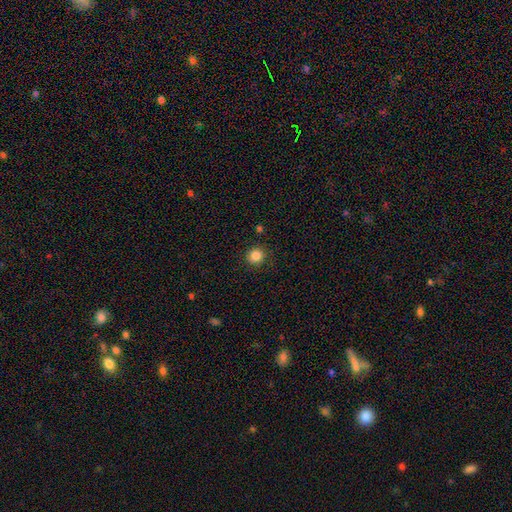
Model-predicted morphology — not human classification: A smooth galaxy with no disk features (85%) that is round (92%).

Vote fractions:
- Smooth or featured? smooth: 85% / star or artifact: 11% / featured or disk: 4%
- How rounded? round: 92% / in between: 7% / cigar-shaped: 1%
- Merging? none: 89% / minor disturbance: 7% / major disturbance: 2% / merger: 2%